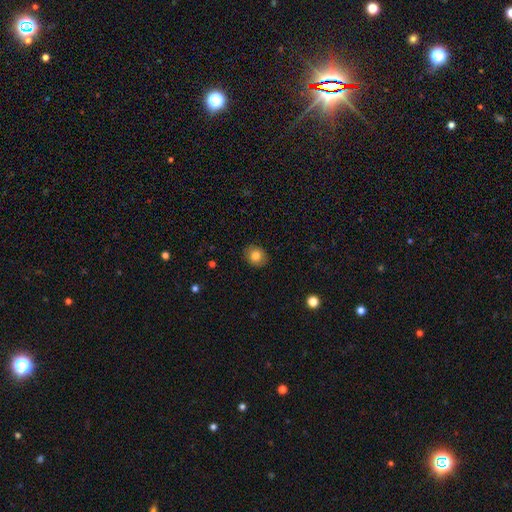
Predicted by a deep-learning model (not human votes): smooth_or_featured: smooth (p=0.80) [alt: featured or disk p=0.10]
how_rounded: round (p=0.65) [alt: in between p=0.34]
merging: none (p=0.88) [alt: minor disturbance p=0.09]